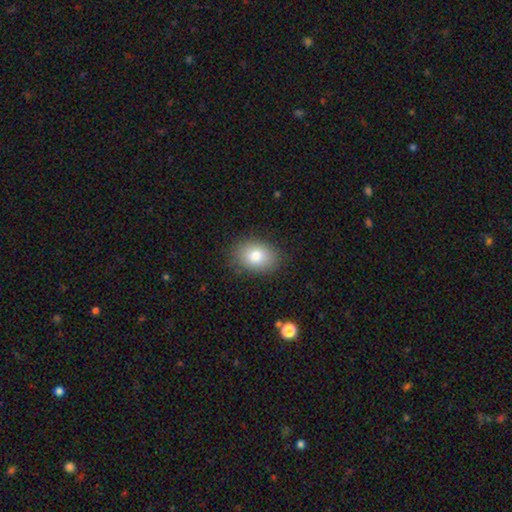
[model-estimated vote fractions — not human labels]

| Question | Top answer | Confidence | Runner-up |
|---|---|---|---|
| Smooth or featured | smooth | 81% | featured or disk (10%) |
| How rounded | in between | 76% | round (23%) |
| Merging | none | 85% | minor disturbance (11%) |